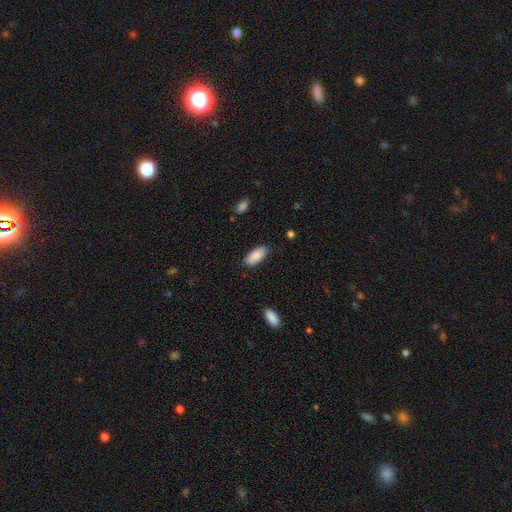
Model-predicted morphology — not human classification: smooth-or-featured: smooth: 87% | featured or disk: 7% | star or artifact: 6%
  how-rounded: in between: 88% | cigar-shaped: 10% | round: 2%
  merging: none: 83% | minor disturbance: 13% | major disturbance: 3% | merger: 1%